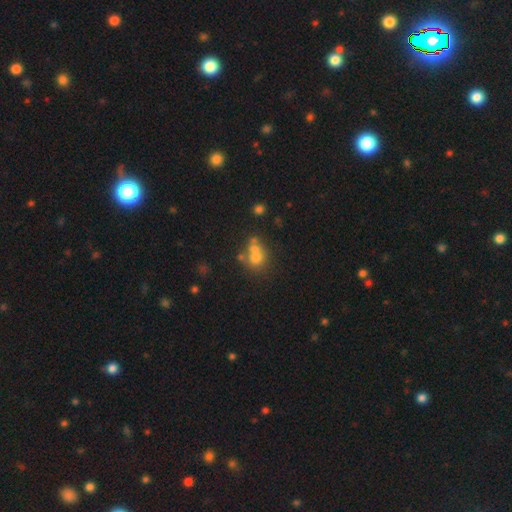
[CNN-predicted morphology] Smooth or featured: smooth — 63% (featured or disk — 19%)
How rounded: round — 71% (in between — 27%)
Merging: merger — 45% (none — 39%)